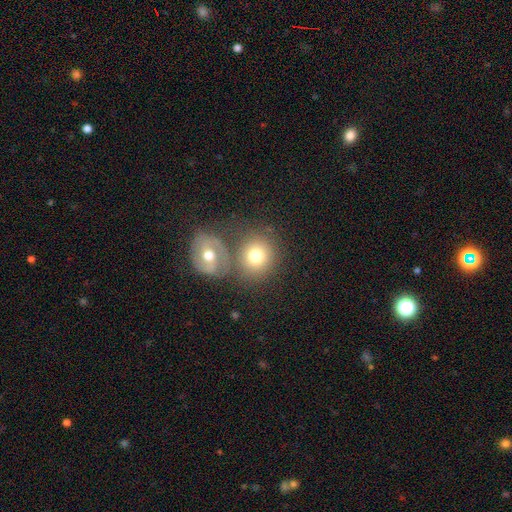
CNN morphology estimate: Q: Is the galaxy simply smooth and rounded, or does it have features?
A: smooth — 69%.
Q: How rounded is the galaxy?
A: round — 78%.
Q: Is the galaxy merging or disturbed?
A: none — 53%.